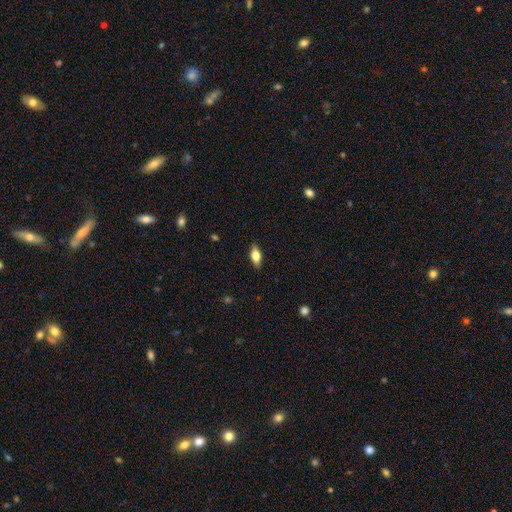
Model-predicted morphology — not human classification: A smooth galaxy with no disk features (65%) that is in between round and cigar-shaped (79%). Merging: none (88%).